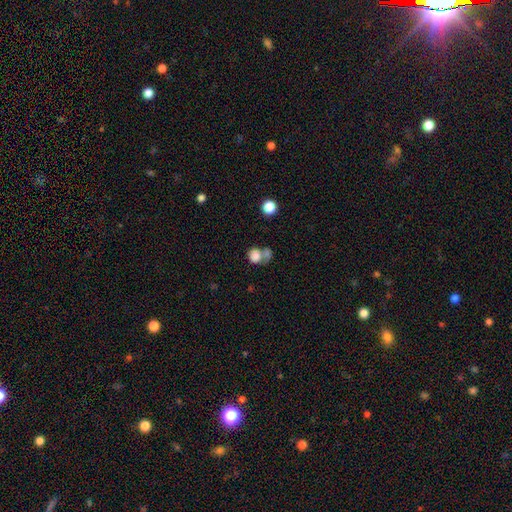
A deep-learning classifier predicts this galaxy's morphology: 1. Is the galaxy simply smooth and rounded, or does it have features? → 79% smooth, 11% featured or disk, 10% star or artifact.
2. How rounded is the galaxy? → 66% round, 33% in between, 1% cigar-shaped.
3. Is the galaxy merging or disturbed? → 49% merger, 32% none, 11% minor disturbance, 8% major disturbance.